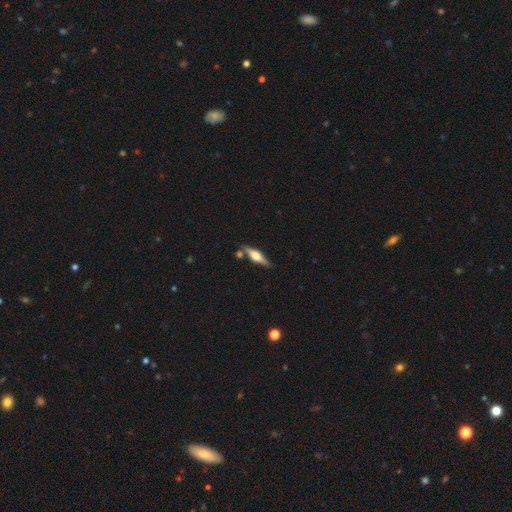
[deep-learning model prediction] The model was most divided on "smooth or featured": featured or disk: 68%, smooth: 26%, star or artifact: 6%. More confident: edge-on disk — yes (96%); edge-on bulge — rounded (89%); merging — none (80%).